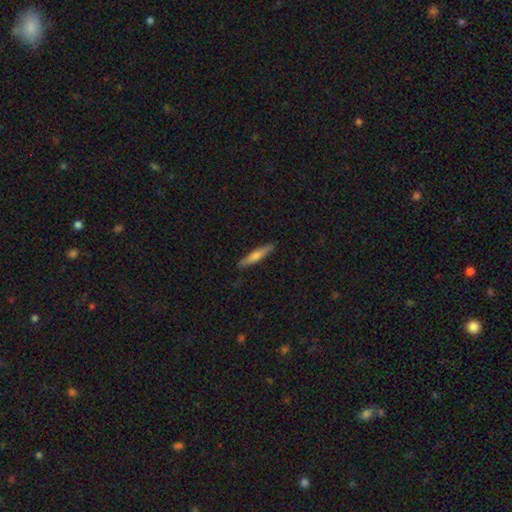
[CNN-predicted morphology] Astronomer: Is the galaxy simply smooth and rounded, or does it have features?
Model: smooth — 50% (runner-up: featured or disk, 44%).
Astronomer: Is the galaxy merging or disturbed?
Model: none — 90%.